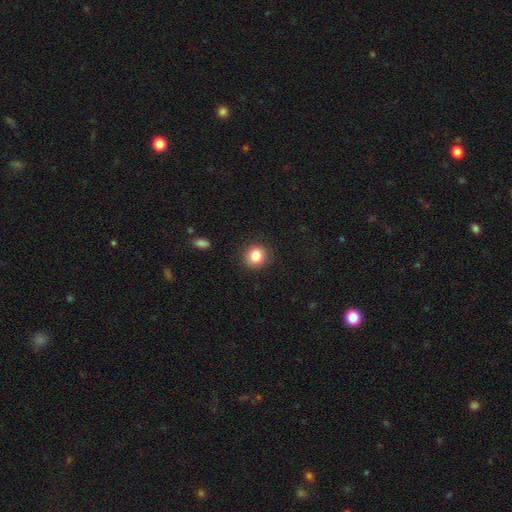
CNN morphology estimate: A smooth galaxy with no disk features (84%) that is round (88%).

Vote fractions:
- Smooth or featured? smooth: 84% / star or artifact: 10% / featured or disk: 6%
- How rounded? round: 88% / in between: 11% / cigar-shaped: 1%
- Merging? none: 90% / minor disturbance: 6% / major disturbance: 2% / merger: 1%